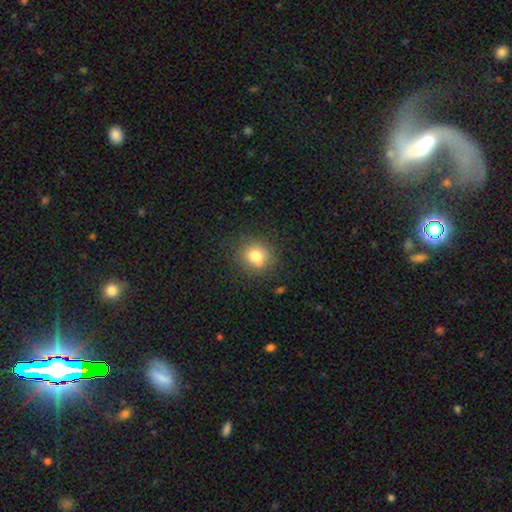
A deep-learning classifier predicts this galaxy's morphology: Smooth or featured? smooth (76%)
How rounded? round (83%)
Merging? none (73%)